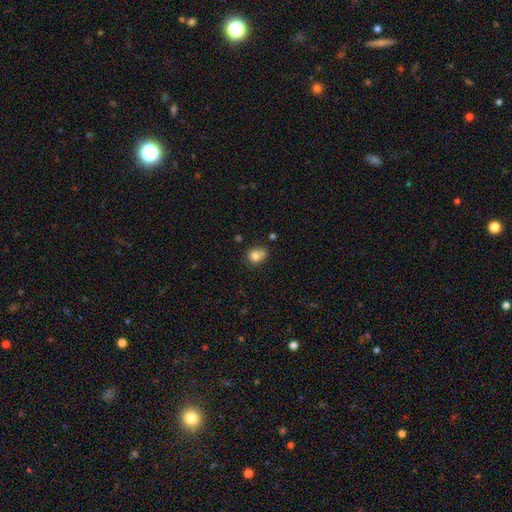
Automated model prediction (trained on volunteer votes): Overall: smooth (79%). How rounded: round (61%; in between 38%). Merging: none (48%; minor disturbance 25%).